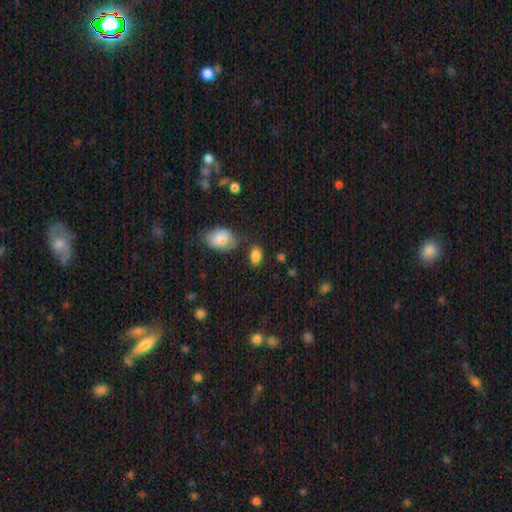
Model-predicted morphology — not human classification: Smooth or featured?
  - smooth: 84% *
  - star or artifact: 10%
  - featured or disk: 6%
How rounded?
  - in between: 86% *
  - round: 12%
  - cigar-shaped: 2%
Merging?
  - none: 69% *
  - minor disturbance: 19%
  - merger: 7%
  - major disturbance: 5%